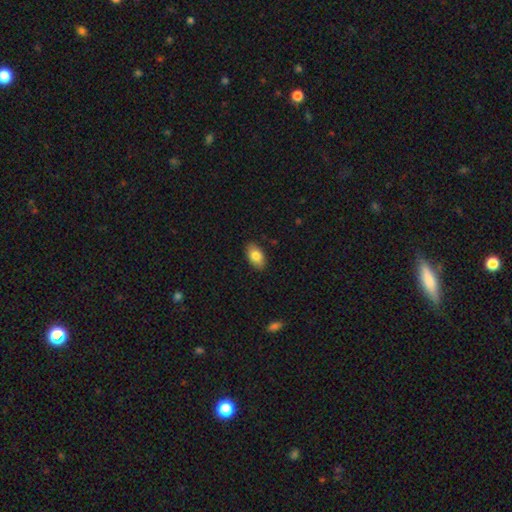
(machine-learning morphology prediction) This is clearly a smooth galaxy (83%). How rounded: clearly in between (93%). Merging: clearly none (87%).